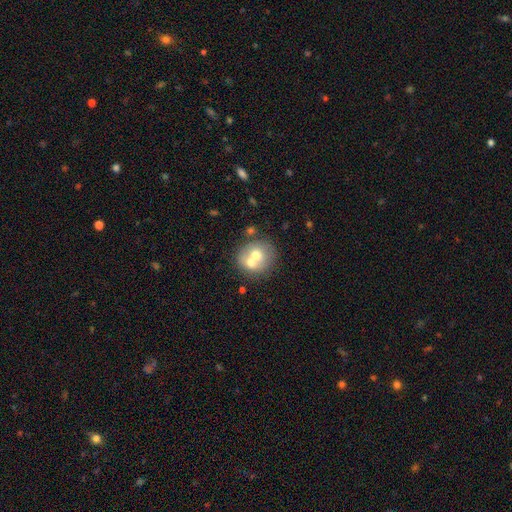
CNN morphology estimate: type=smooth (61%); roundness=round (83%); merging=merger (50%).